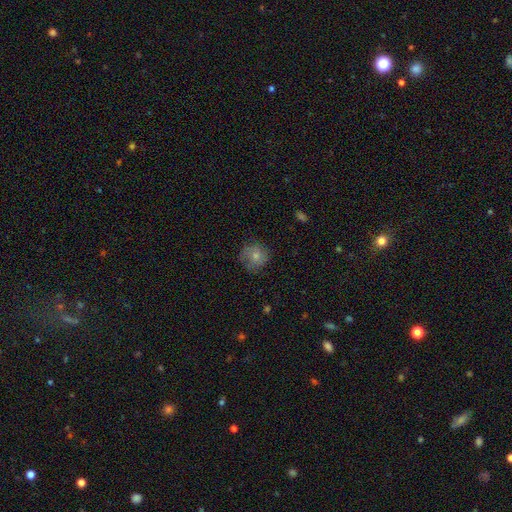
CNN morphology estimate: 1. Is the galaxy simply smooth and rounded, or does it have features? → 75% smooth, 16% featured or disk, 9% star or artifact.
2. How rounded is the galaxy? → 89% round, 10% in between, 1% cigar-shaped.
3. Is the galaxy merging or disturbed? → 74% none, 19% minor disturbance, 6% major disturbance, 1% merger.